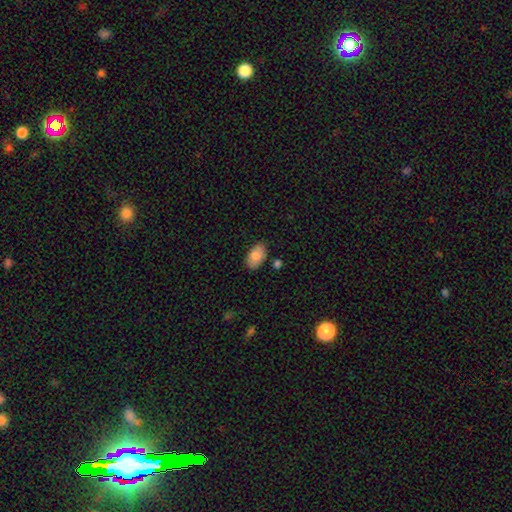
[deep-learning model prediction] Smooth or featured? smooth (83%)
How rounded? in between (94%)
Merging? none (82%)